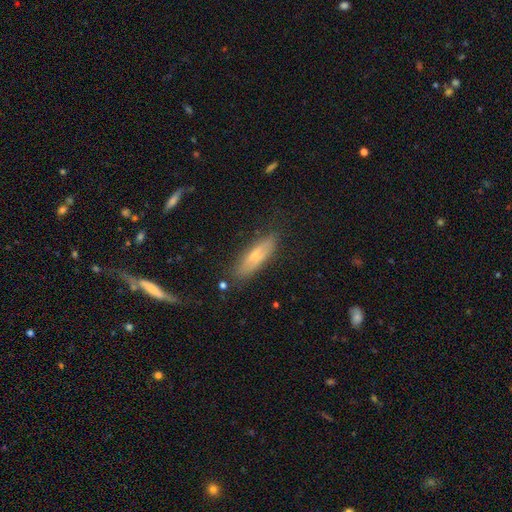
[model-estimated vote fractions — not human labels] Smooth or featured? smooth (54%)
How rounded? cigar-shaped (65%)
Merging? none (80%)